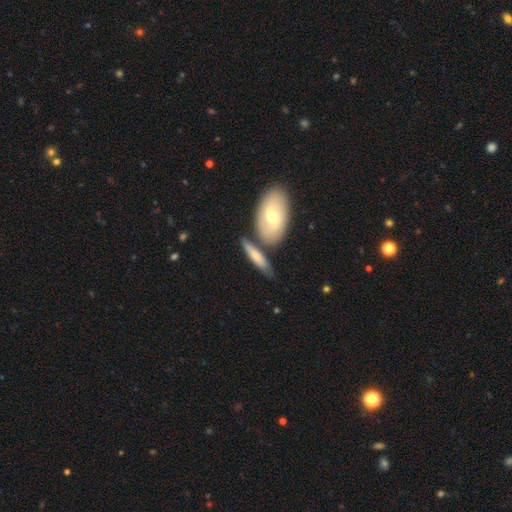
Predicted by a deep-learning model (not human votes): Smooth or featured?
  - smooth: 67% *
  - featured or disk: 28%
  - star or artifact: 5%
How rounded?
  - cigar-shaped: 60% *
  - in between: 36%
  - round: 4%
Merging?
  - none: 64% *
  - merger: 17%
  - minor disturbance: 14%
  - major disturbance: 4%